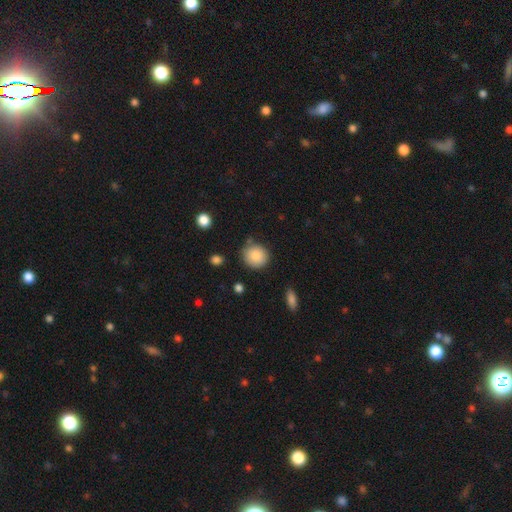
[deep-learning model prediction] Morphology: type=smooth (86%); roundness=round (88%); merging=none (80%).